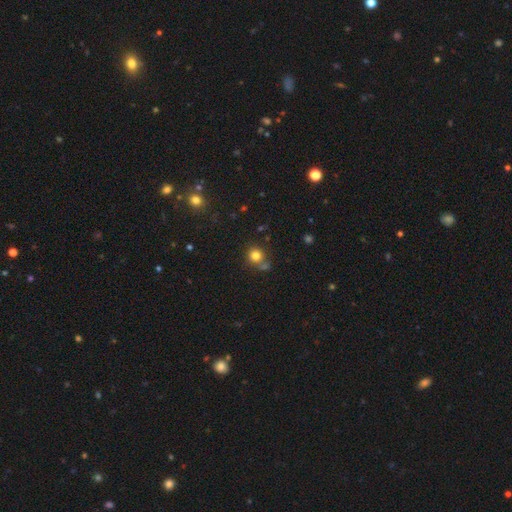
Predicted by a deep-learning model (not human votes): Smooth or featured?
  - smooth: 80% *
  - star or artifact: 13%
  - featured or disk: 7%
How rounded?
  - round: 86% *
  - in between: 13%
  - cigar-shaped: 1%
Merging?
  - none: 66% *
  - merger: 19%
  - minor disturbance: 11%
  - major disturbance: 4%